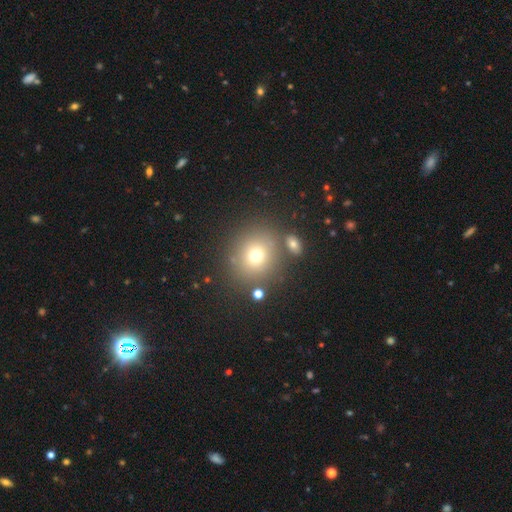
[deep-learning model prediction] Morphology: type=smooth (70%); roundness=round (85%); merging=none (77%).